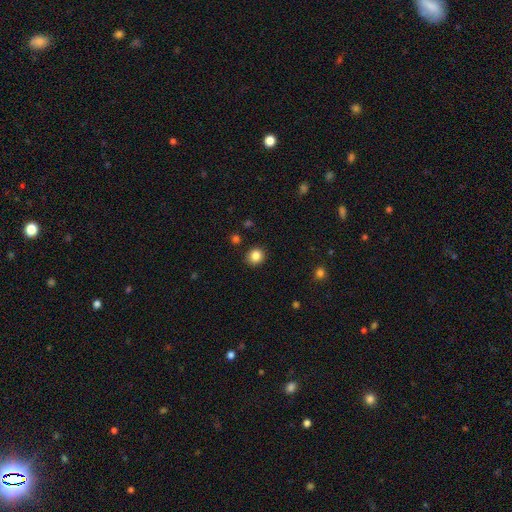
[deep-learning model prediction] This is clearly a smooth galaxy (84%). How rounded: clearly round (84%). Merging: clearly none (90%).